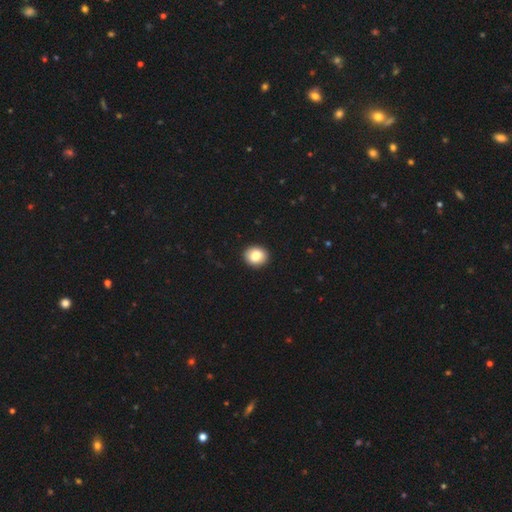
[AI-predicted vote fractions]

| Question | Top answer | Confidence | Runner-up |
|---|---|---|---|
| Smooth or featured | smooth | 84% | featured or disk (8%) |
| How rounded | round | 73% | in between (26%) |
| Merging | none | 93% | minor disturbance (5%) |